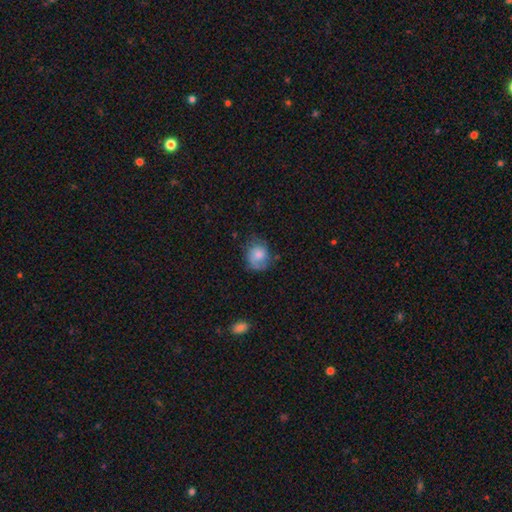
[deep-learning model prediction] Smooth or featured? smooth (59%)
How rounded? round (65%)
Merging? none (56%)